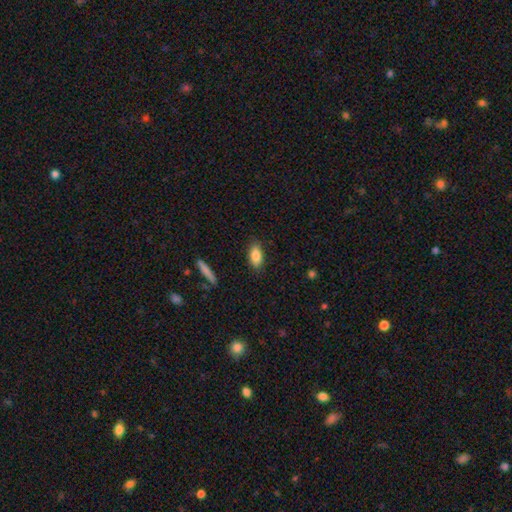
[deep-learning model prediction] smooth-or-featured: smooth: 84% | featured or disk: 9% | star or artifact: 7%
  how-rounded: in between: 86% | cigar-shaped: 11% | round: 3%
  merging: none: 86% | minor disturbance: 10% | major disturbance: 2% | merger: 1%